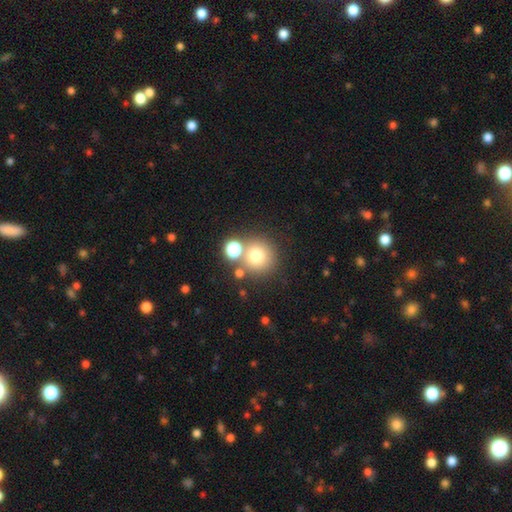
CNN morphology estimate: Smooth or featured?
  - smooth: 73% *
  - star or artifact: 16%
  - featured or disk: 11%
How rounded?
  - round: 93% *
  - in between: 6%
  - cigar-shaped: 1%
Merging?
  - none: 67% *
  - merger: 20%
  - minor disturbance: 9%
  - major disturbance: 4%